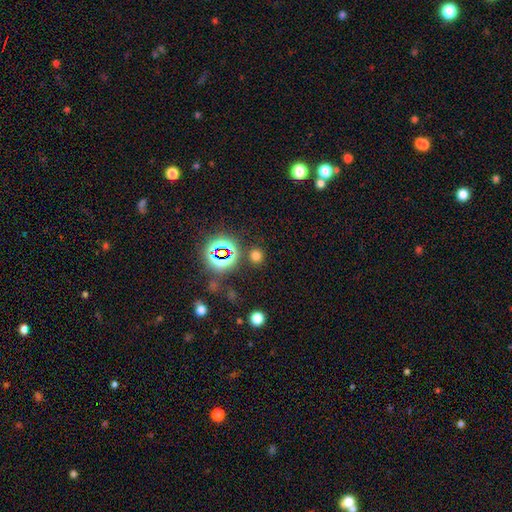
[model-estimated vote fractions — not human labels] Smooth or featured?
  - smooth: 62% *
  - star or artifact: 32%
  - featured or disk: 6%
How rounded?
  - round: 85% *
  - in between: 14%
  - cigar-shaped: 1%
Merging?
  - none: 84% *
  - minor disturbance: 8%
  - merger: 5%
  - major disturbance: 3%